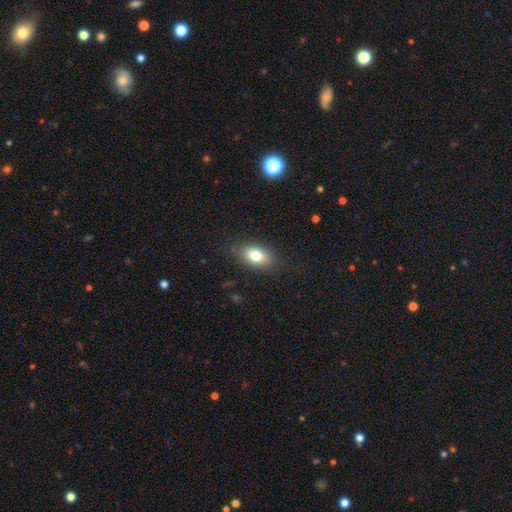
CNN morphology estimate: smooth 80%, featured or disk 12%, star or artifact 9%. Down the decision tree: how rounded — in between (85%); merging — none (84%).